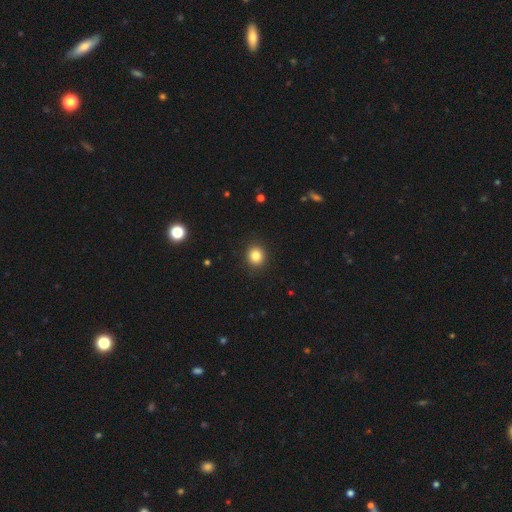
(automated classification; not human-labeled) Smooth or featured? smooth (84%)
How rounded? round (84%)
Merging? none (91%)